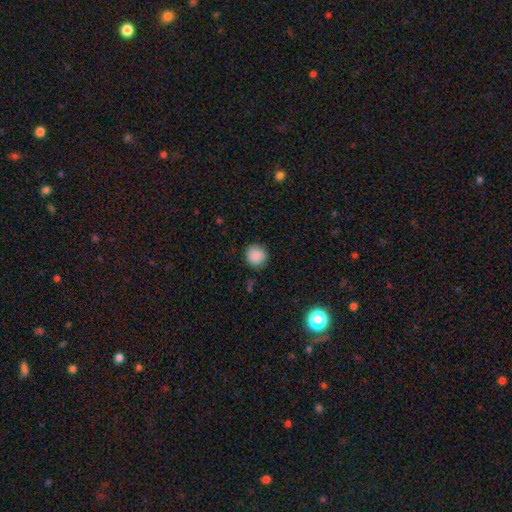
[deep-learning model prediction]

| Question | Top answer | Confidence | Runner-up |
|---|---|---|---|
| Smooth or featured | smooth | 87% | star or artifact (9%) |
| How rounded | round | 90% | in between (9%) |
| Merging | none | 83% | minor disturbance (12%) |